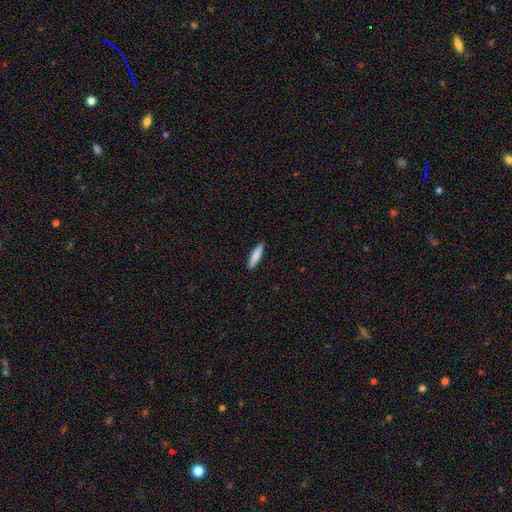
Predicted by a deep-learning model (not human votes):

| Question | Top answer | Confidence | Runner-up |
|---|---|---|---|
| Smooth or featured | smooth | 83% | featured or disk (11%) |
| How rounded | cigar-shaped | 83% | in between (16%) |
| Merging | none | 91% | minor disturbance (6%) |